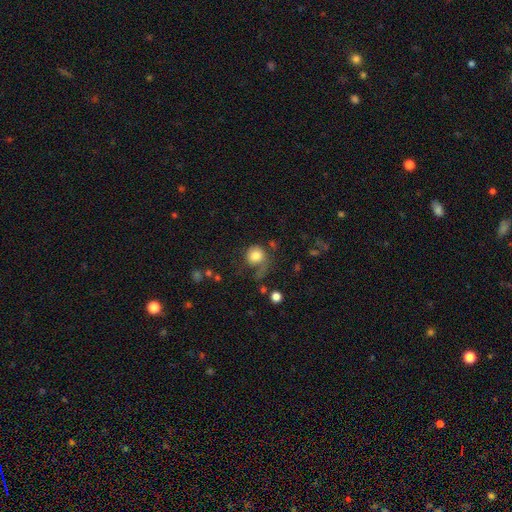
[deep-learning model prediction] Smooth or featured: smooth — 78% (featured or disk — 13%)
How rounded: round — 83% (in between — 16%)
Merging: none — 47% (major disturbance — 25%)